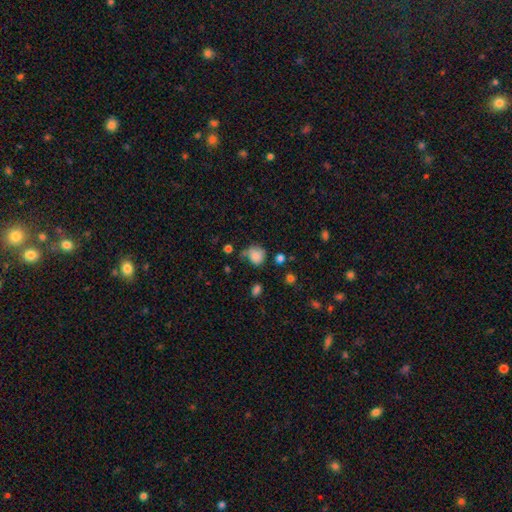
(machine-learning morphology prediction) A smooth galaxy with no disk features (77%) that is round (67%).

Vote fractions:
- Smooth or featured? smooth: 77% / featured or disk: 12% / star or artifact: 11%
- How rounded? round: 67% / in between: 32% / cigar-shaped: 1%
- Merging? none: 41% / minor disturbance: 33% / major disturbance: 17% / merger: 8%